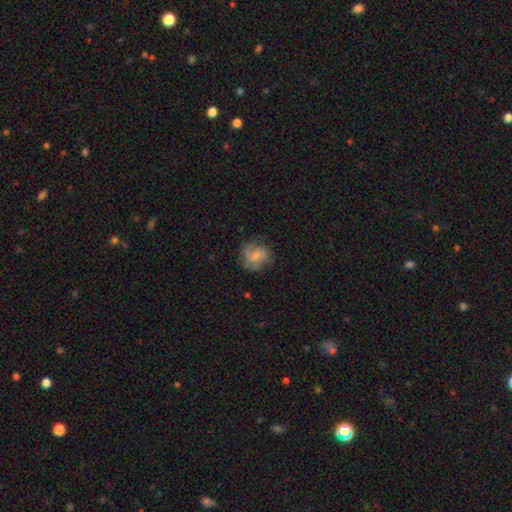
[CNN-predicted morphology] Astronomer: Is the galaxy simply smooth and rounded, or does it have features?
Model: smooth — 52% (runner-up: featured or disk, 39%).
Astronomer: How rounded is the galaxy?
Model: round — 73%.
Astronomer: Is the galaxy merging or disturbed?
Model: none — 63%.